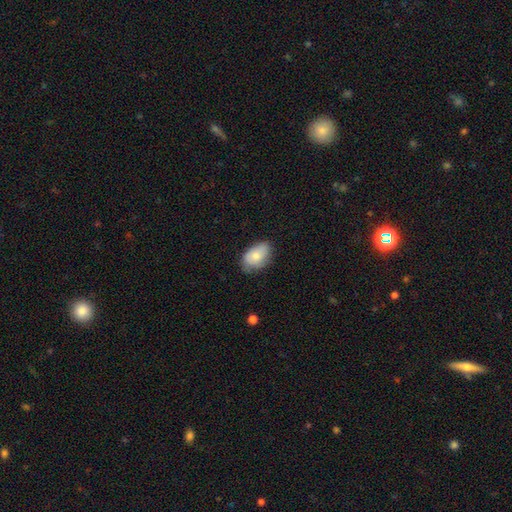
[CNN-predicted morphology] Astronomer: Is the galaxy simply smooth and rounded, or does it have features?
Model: smooth — 72%.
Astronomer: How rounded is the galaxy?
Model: in between — 88%.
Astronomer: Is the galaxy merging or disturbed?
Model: none — 63%.